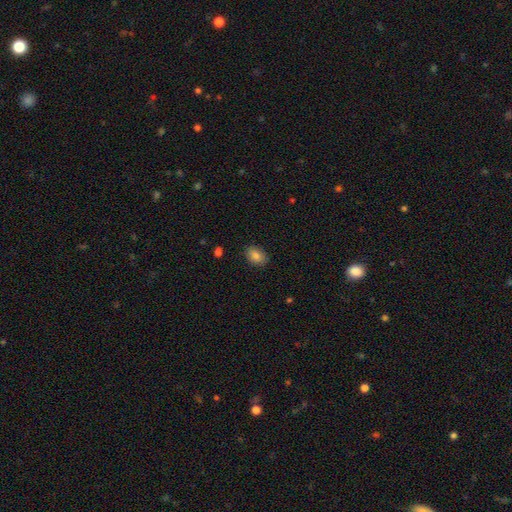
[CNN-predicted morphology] Smooth or featured? Predicted: smooth (p=0.85). How rounded? Predicted: in between (p=0.84). Merging? Predicted: none (p=0.87).